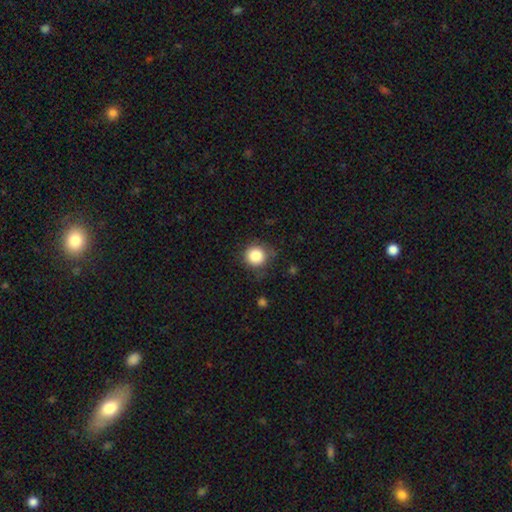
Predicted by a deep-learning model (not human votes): Smooth or featured?
  - smooth: 85% *
  - star or artifact: 10%
  - featured or disk: 5%
How rounded?
  - round: 93% *
  - in between: 6%
  - cigar-shaped: 1%
Merging?
  - none: 77% *
  - minor disturbance: 17%
  - major disturbance: 5%
  - merger: 2%